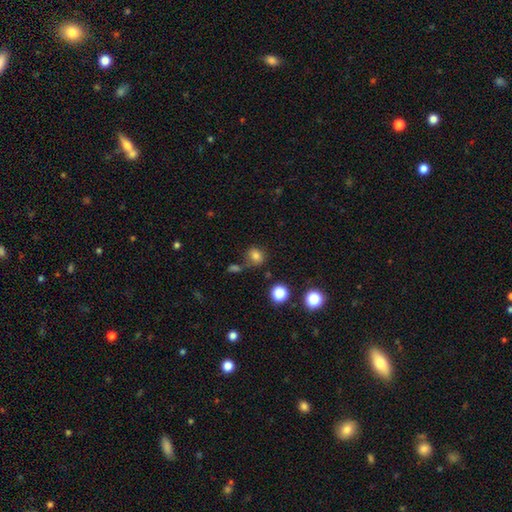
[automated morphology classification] Q: Smooth or featured?
A: smooth (78%); runner-up: star or artifact (15%)
Q: How rounded?
A: round (72%); runner-up: in between (27%)
Q: Merging?
A: none (72%); runner-up: minor disturbance (13%)